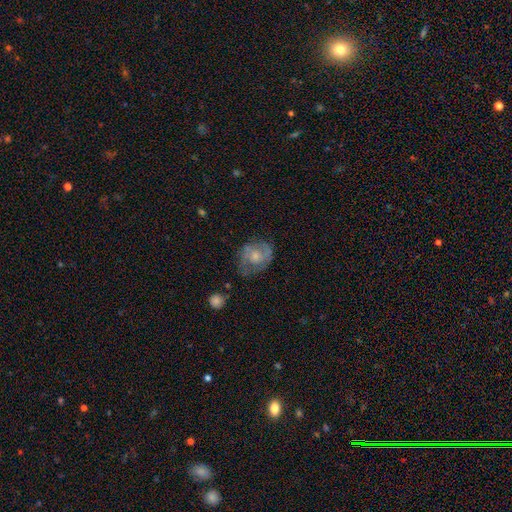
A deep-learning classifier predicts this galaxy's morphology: A featured or disk galaxy (53%) with no bar (78%), spiral arms (67%) and a moderate central bulge (46%). Merging: none (56%).